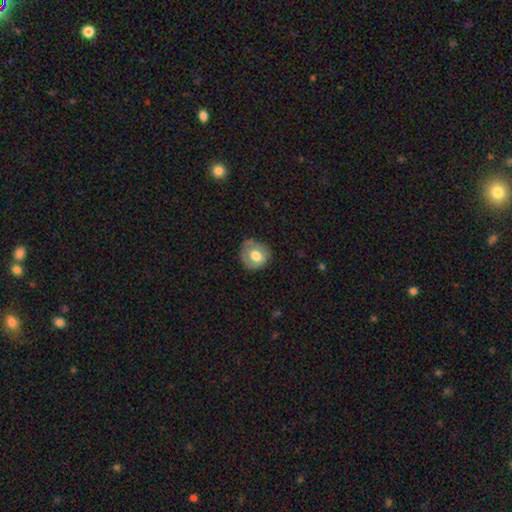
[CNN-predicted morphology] Smooth or featured?
  - smooth: 61% *
  - featured or disk: 31%
  - star or artifact: 7%
How rounded?
  - round: 83% *
  - in between: 17%
  - cigar-shaped: 1%
Merging?
  - none: 67% *
  - minor disturbance: 24%
  - major disturbance: 8%
  - merger: 2%